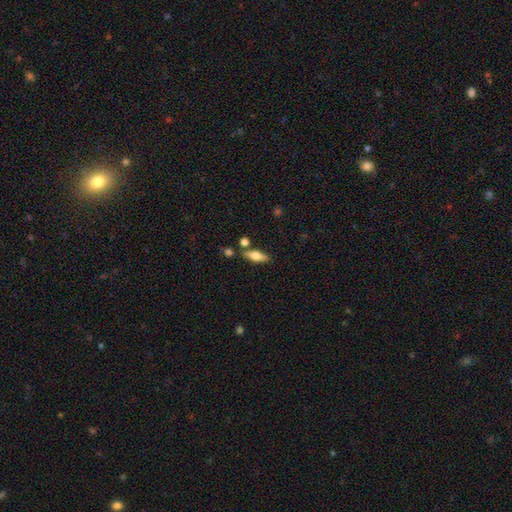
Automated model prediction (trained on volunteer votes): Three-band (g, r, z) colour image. It shows a smooth galaxy with no disk features (53%) that is in between round and cigar-shaped (55%). Merging: none (78%).